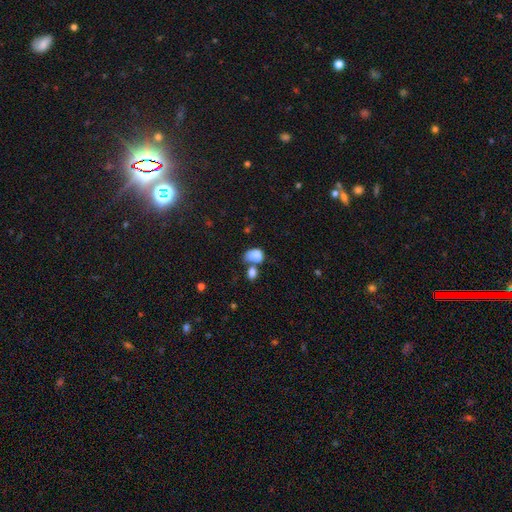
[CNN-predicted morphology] type=smooth (80%); roundness=in between (75%); merging=merger (51%).